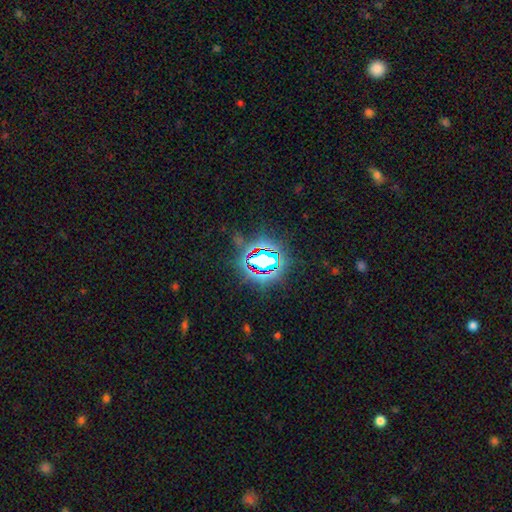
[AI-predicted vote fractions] Smooth or featured? star or artifact (76%)